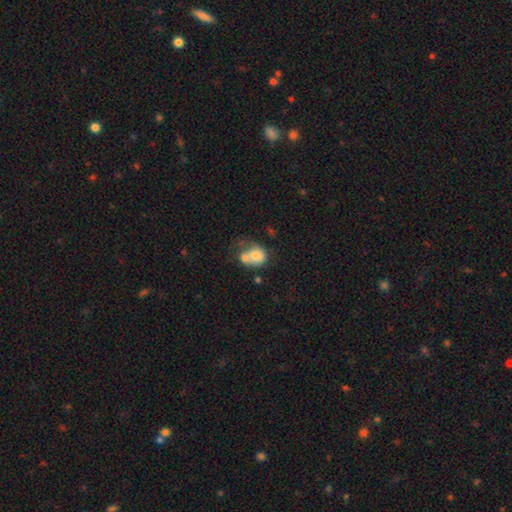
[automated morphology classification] smooth_or_featured: smooth (p=0.69) [alt: featured or disk p=0.23]
how_rounded: round (p=0.59) [alt: in between p=0.40]
merging: merger (p=0.50) [alt: none p=0.25]